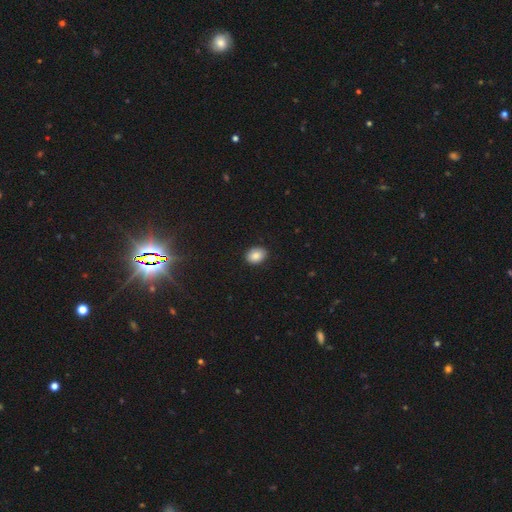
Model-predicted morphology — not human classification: The model was most divided on "how rounded": in between: 64%, round: 35%, cigar-shaped: 1%. More confident: merging — none (88%); smooth or featured — smooth (87%).